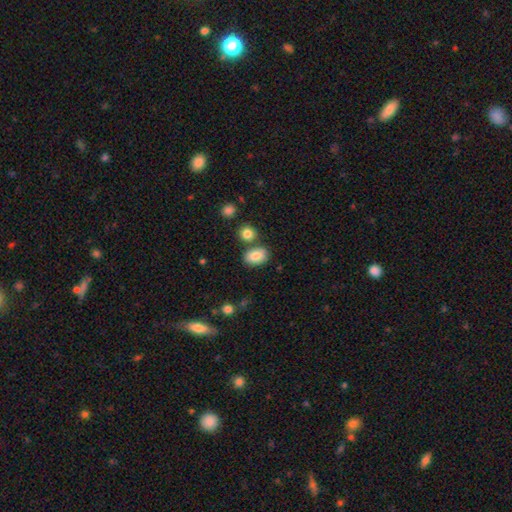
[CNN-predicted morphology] This is clearly a smooth galaxy (83%). How rounded: clearly in between (81%). Merging: likely none (72%).